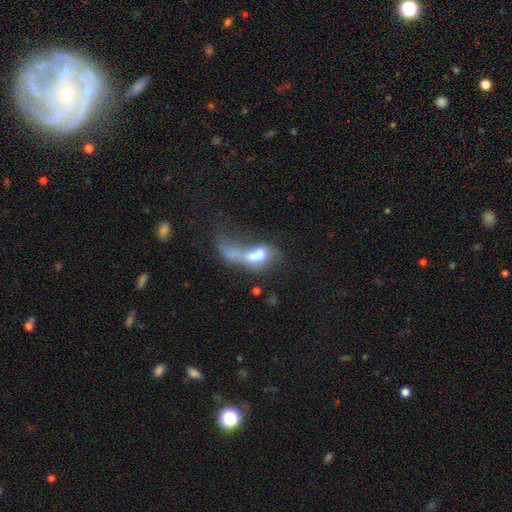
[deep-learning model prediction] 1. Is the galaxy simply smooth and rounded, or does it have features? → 50% smooth, 40% featured or disk, 10% star or artifact.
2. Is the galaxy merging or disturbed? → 46% merger, 37% major disturbance, 9% none, 7% minor disturbance.